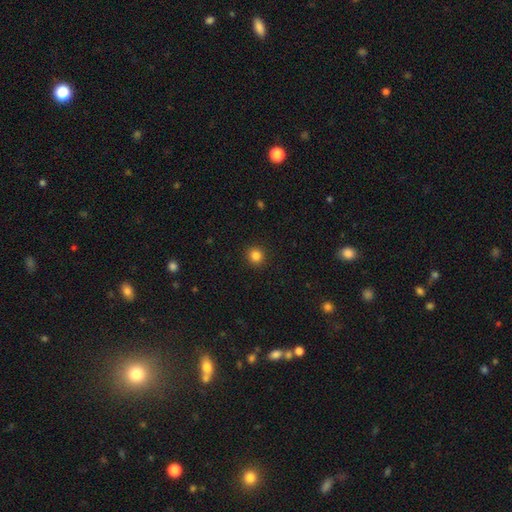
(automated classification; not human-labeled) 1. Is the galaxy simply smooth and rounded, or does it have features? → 84% smooth, 12% star or artifact, 4% featured or disk.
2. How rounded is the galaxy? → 91% round, 8% in between, 1% cigar-shaped.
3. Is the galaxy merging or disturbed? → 92% none, 5% minor disturbance, 2% major disturbance, 1% merger.